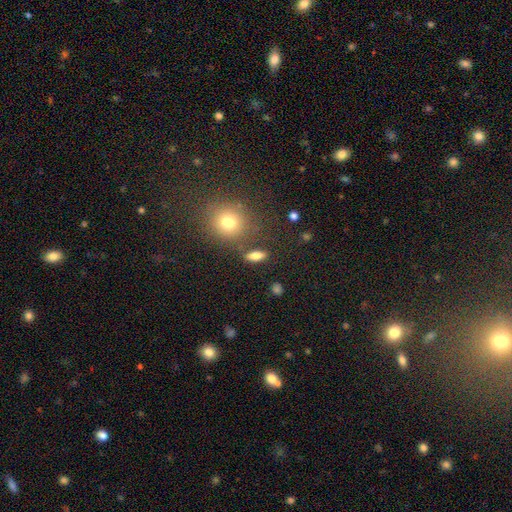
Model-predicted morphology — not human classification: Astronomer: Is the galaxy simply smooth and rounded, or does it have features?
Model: smooth — 76%.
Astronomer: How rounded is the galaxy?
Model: in between — 64%.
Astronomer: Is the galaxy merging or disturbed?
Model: none — 79%.